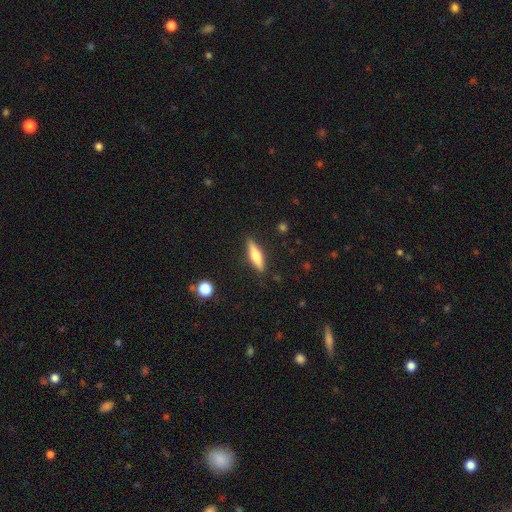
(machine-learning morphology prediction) smooth_or_featured: smooth (p=0.55) [alt: featured or disk p=0.39]
how_rounded: cigar-shaped (p=0.66) [alt: in between p=0.31]
merging: none (p=0.87) [alt: minor disturbance p=0.09]